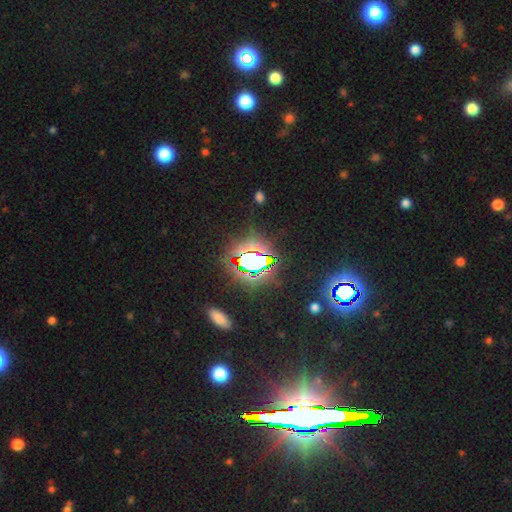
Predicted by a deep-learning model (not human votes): A star or artifact, not a galaxy (75%).